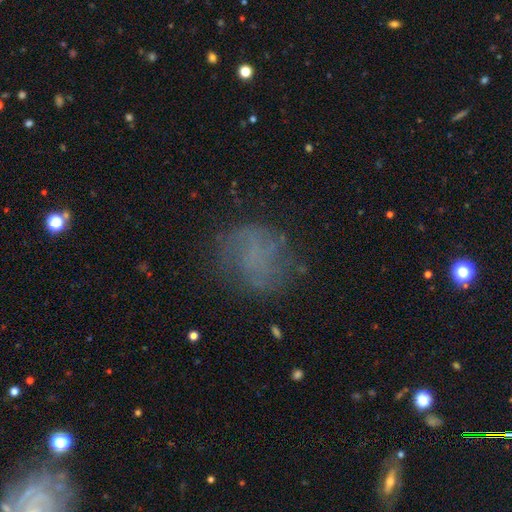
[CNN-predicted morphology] smooth_or_featured: smooth (p=0.45) [alt: featured or disk p=0.33]
merging: none (p=0.69) [alt: minor disturbance p=0.17]